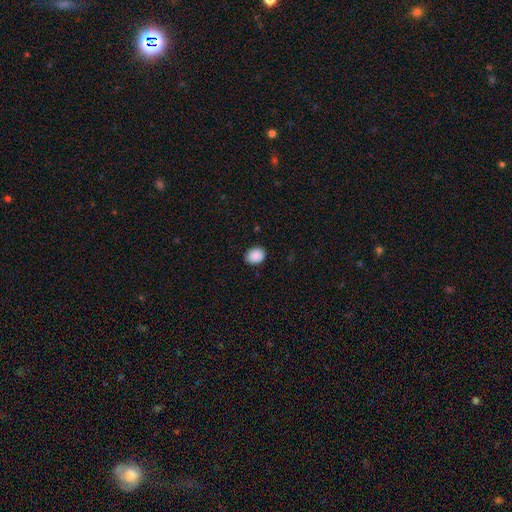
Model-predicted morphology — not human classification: Smooth or featured: smooth — 90% (star or artifact — 8%)
How rounded: round — 52% (in between — 47%)
Merging: none — 87% (minor disturbance — 10%)